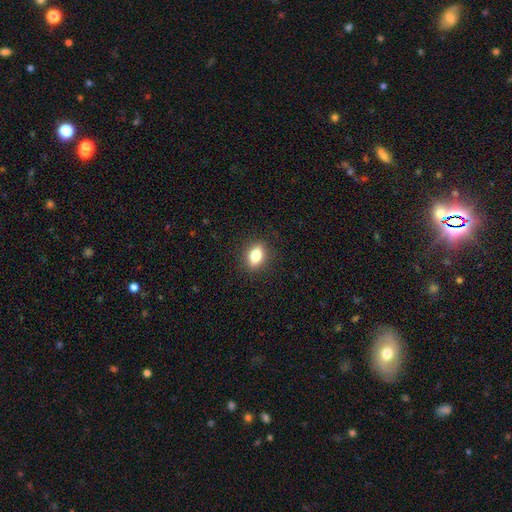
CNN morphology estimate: This appears to be a smooth galaxy with no disk features (76%) that is in between round and cigar-shaped (75%). Merging: none (88%).